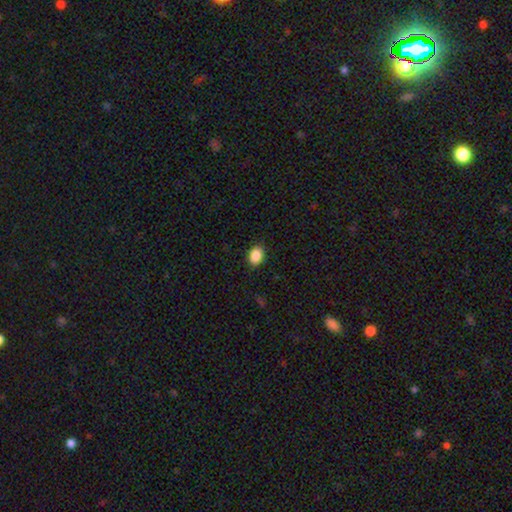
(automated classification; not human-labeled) The model was most divided on "how rounded": in between: 74%, round: 25%, cigar-shaped: 1%. More confident: merging — none (89%); smooth or featured — smooth (88%).